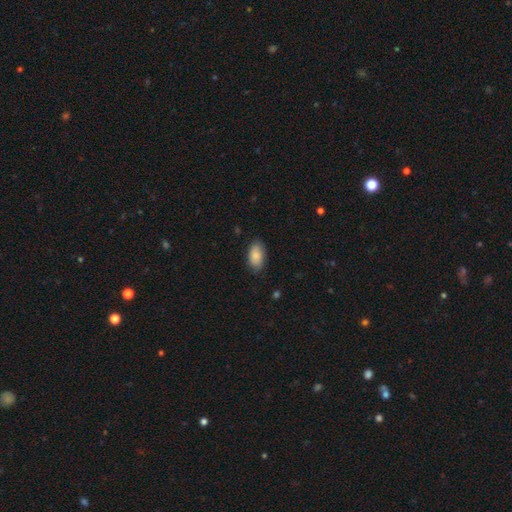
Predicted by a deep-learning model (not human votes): smooth_or_featured: smooth (p=0.87) [alt: featured or disk p=0.07]
how_rounded: in between (p=0.94) [alt: round p=0.04]
merging: none (p=0.82) [alt: minor disturbance p=0.14]